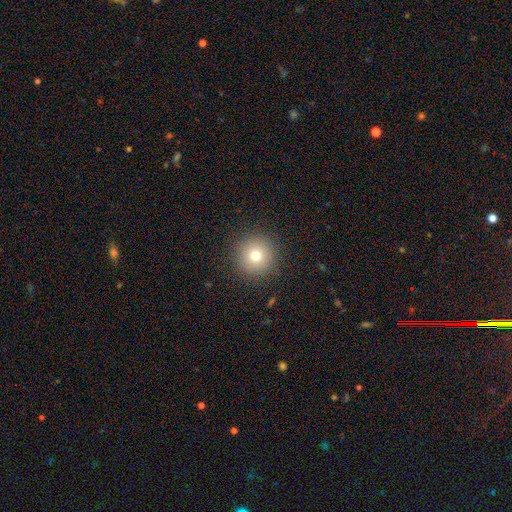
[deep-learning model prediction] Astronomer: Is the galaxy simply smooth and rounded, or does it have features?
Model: smooth — 75%.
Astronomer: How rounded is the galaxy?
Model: round — 95%.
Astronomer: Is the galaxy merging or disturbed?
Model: none — 90%.